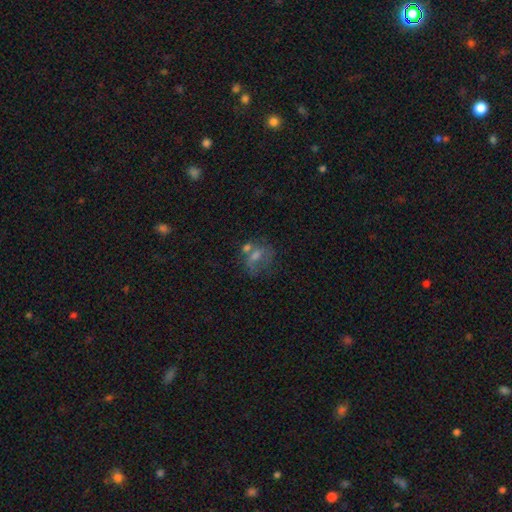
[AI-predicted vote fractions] smooth-or-featured: smooth: 40% | featured or disk: 37% | star or artifact: 23%
  merging: none: 49% | minor disturbance: 18% | merger: 18% | major disturbance: 15%